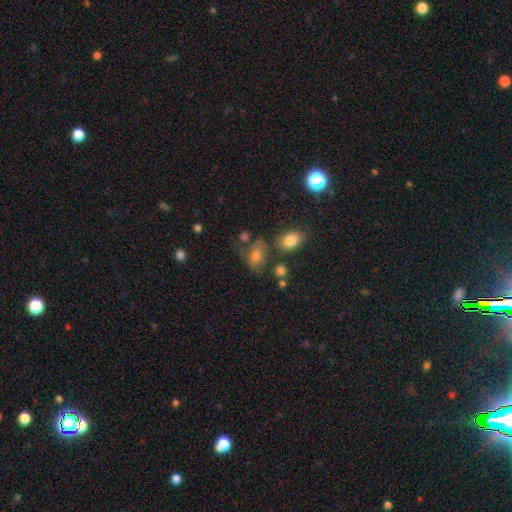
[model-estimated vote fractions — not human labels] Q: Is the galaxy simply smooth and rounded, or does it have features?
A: smooth — 70%.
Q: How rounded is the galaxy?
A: in between — 74%.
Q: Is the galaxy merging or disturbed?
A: none — 53%.